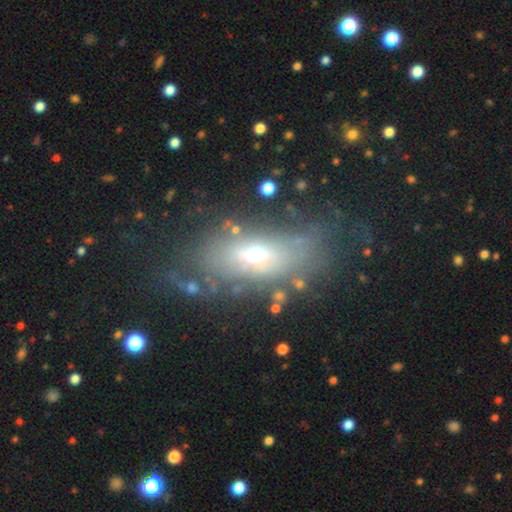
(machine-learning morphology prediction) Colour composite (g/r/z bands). It shows a featured or disk galaxy (45%). Merging: none (56%).